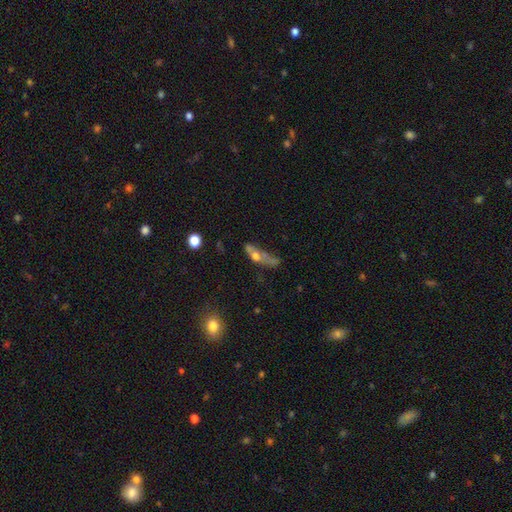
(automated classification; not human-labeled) smooth-or-featured: smooth: 45% | featured or disk: 41% | star or artifact: 14%
  merging: major disturbance: 33% | none: 26% | merger: 23% | minor disturbance: 18%